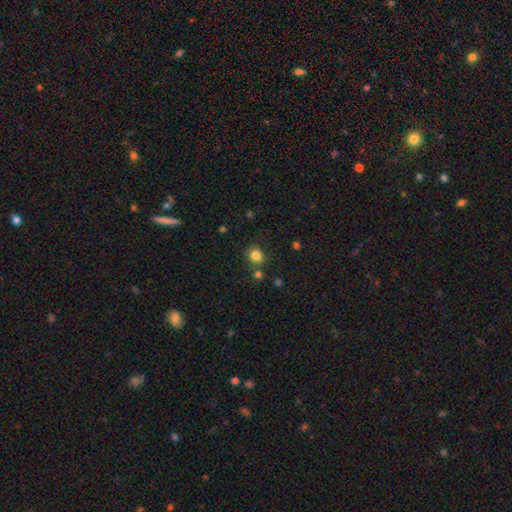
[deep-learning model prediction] A smooth galaxy with no disk features (82%) that is round (83%). Merging: none (78%).